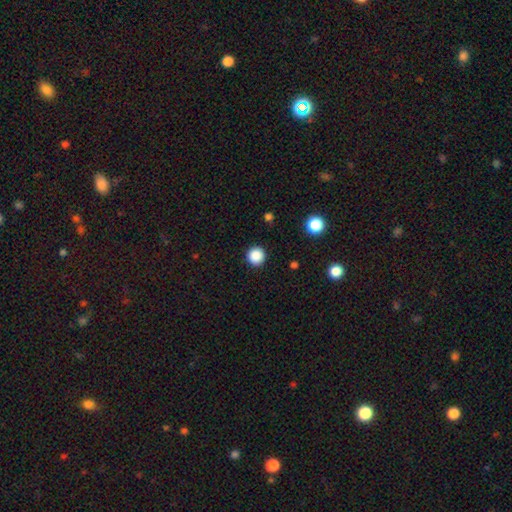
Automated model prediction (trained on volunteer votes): The model was most divided on "smooth or featured": smooth: 87%, star or artifact: 11%, featured or disk: 3%. More confident: how rounded — round (96%); merging — none (92%).